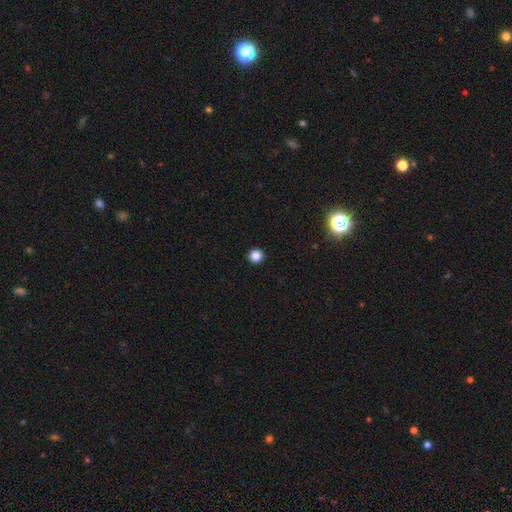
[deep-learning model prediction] Smooth or featured? smooth (85%)
How rounded? round (95%)
Merging? none (94%)